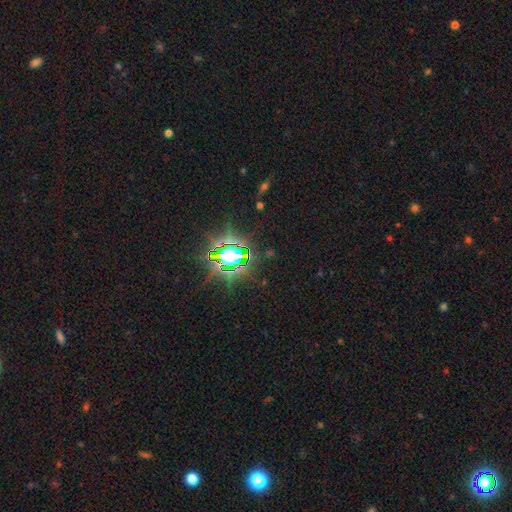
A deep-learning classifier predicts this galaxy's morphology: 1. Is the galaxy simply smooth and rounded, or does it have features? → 83% star or artifact, 10% smooth, 7% featured or disk.